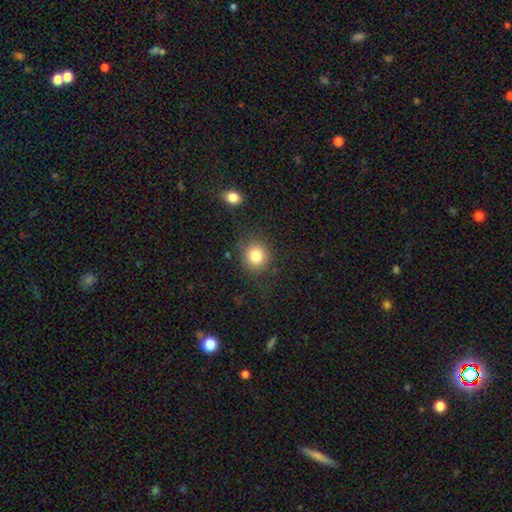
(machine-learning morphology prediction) A smooth galaxy with no disk features (83%) that is round (85%).

Vote fractions:
- Smooth or featured? smooth: 83% / star or artifact: 10% / featured or disk: 7%
- How rounded? round: 85% / in between: 14% / cigar-shaped: 1%
- Merging? none: 82% / minor disturbance: 11% / major disturbance: 4% / merger: 2%